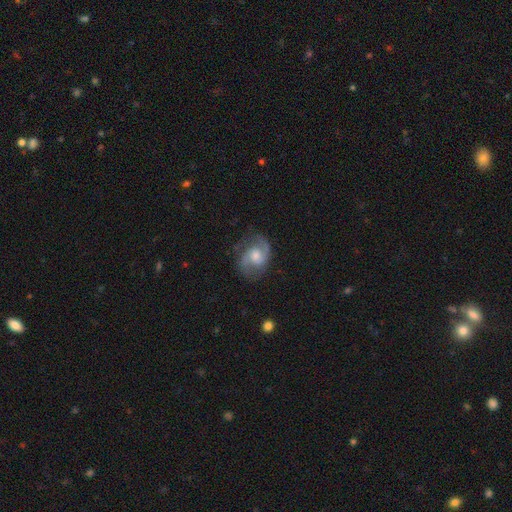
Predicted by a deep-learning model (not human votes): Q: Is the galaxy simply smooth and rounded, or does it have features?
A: featured or disk — 83%.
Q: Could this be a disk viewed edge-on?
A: no — 98%.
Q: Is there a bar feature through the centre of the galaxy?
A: no — 53%.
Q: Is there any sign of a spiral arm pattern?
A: yes — 96%.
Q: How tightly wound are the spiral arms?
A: medium — 56%.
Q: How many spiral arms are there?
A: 2 — 90%.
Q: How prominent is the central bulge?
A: moderate — 56%.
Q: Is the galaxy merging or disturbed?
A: none — 76%.